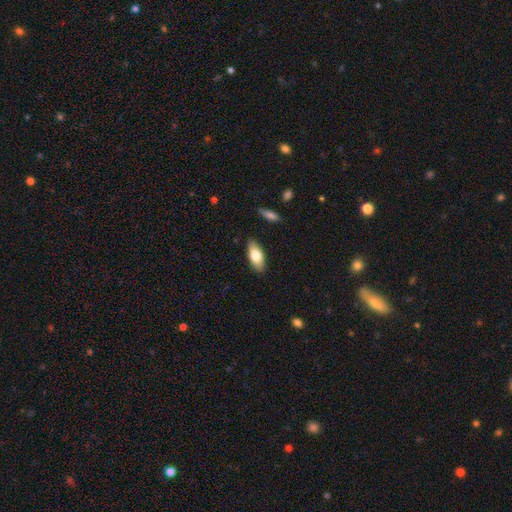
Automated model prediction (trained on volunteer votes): This is likely a smooth galaxy (75%). How rounded: clearly in between (86%). Merging: clearly none (87%).